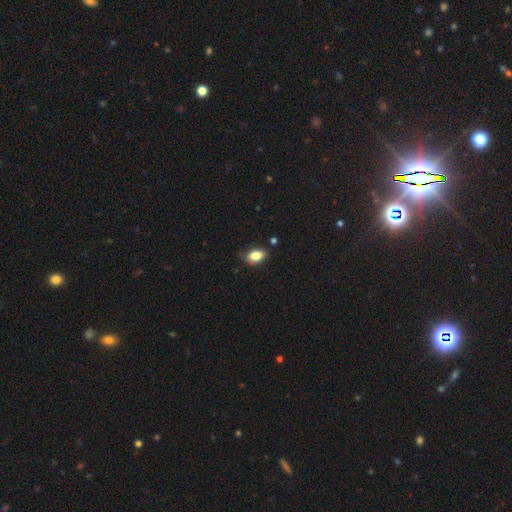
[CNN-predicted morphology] Smooth or featured?
  - smooth: 82% *
  - featured or disk: 9%
  - star or artifact: 9%
How rounded?
  - in between: 87% *
  - round: 10%
  - cigar-shaped: 3%
Merging?
  - none: 72% *
  - minor disturbance: 21%
  - major disturbance: 3%
  - merger: 3%